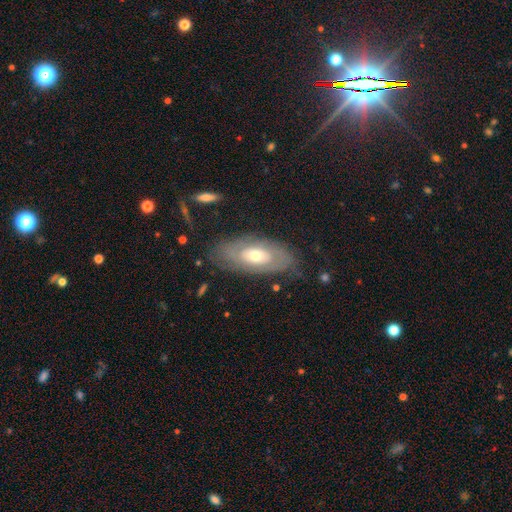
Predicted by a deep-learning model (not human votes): Smooth or featured: featured or disk — 63% (smooth — 31%)
Edge-on disk: no — 87% (yes — 13%)
Bar: no — 80% (weak — 15%)
Spiral arms: yes — 51% (no — 49%)
Bulge size: moderate — 65% (small — 26%)
Merging: none — 76% (minor disturbance — 16%)